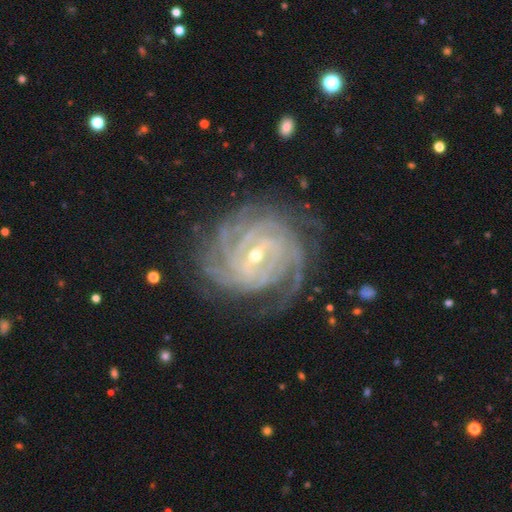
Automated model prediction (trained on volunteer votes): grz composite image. It shows a featured or disk galaxy (92%) with a weak bar (47%), 4 (33%) tight (77%) spiral arms (98%) and a small central bulge (64%). Merging: none (75%).